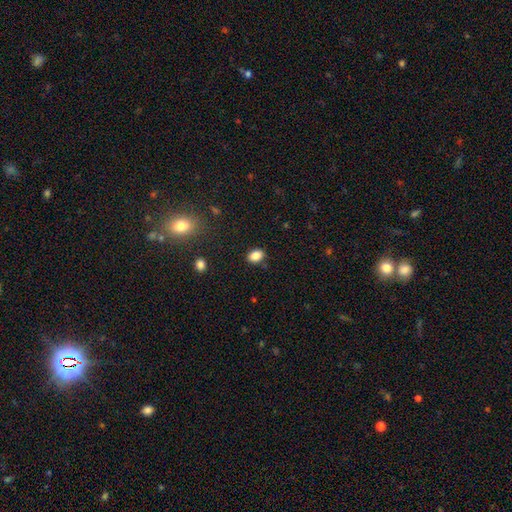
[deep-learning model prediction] Smooth or featured: smooth — 86% (star or artifact — 10%)
How rounded: in between — 73% (round — 26%)
Merging: none — 86% (minor disturbance — 10%)